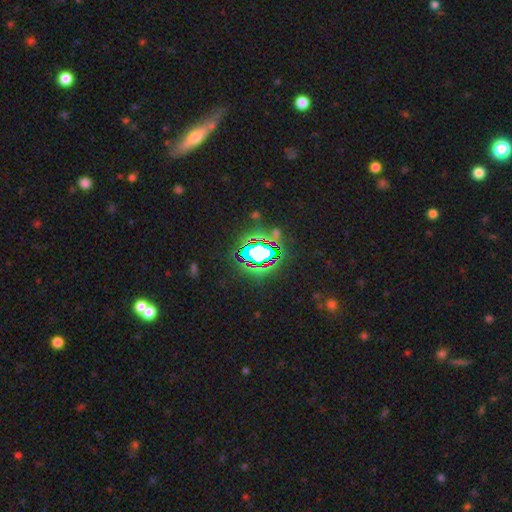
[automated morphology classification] type=star or artifact (69%).